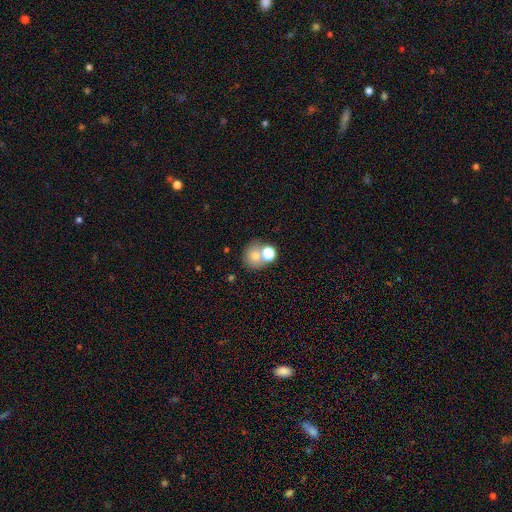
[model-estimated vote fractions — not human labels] Smooth or featured? smooth (73%)
How rounded? round (76%)
Merging? none (49%)